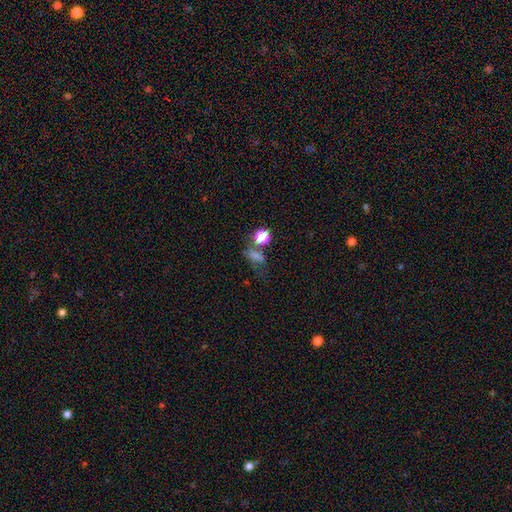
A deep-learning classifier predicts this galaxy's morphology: This is possibly a smooth galaxy (58%). How rounded: likely in between (64%). Merging: marginally none (44%).